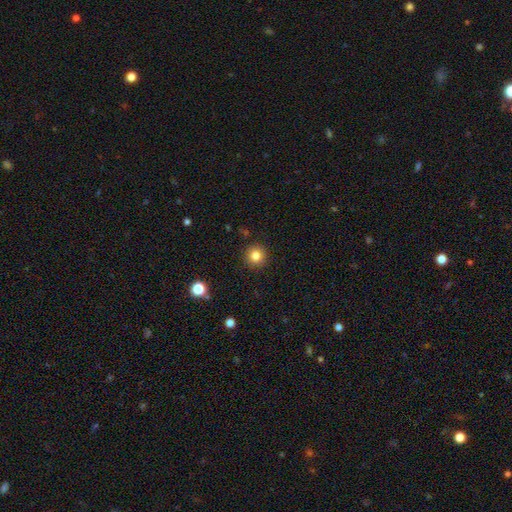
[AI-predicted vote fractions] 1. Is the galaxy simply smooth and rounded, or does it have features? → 82% smooth, 12% star or artifact, 6% featured or disk.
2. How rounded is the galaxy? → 95% round, 4% in between, 1% cigar-shaped.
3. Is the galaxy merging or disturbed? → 92% none, 5% minor disturbance, 2% major disturbance, 1% merger.